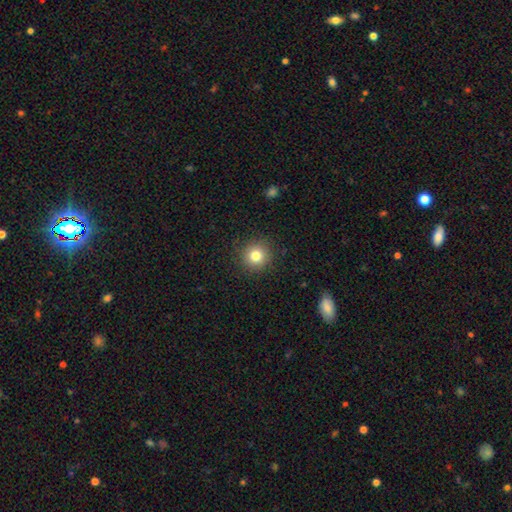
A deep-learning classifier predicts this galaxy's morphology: A smooth galaxy with no disk features (81%) that is round (94%). Merging: none (90%).